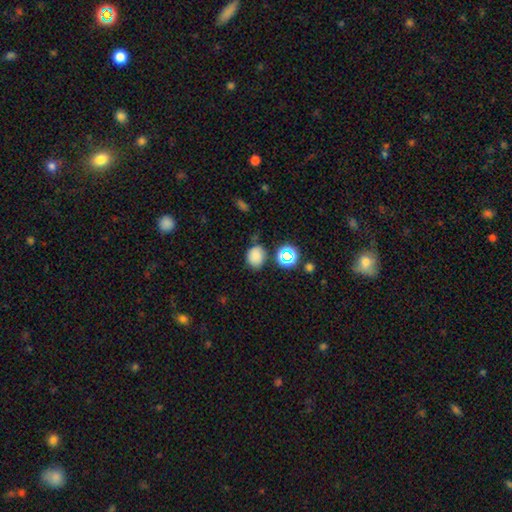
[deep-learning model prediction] Smooth or featured? smooth (77%)
How rounded? round (52%)
Merging? none (71%)